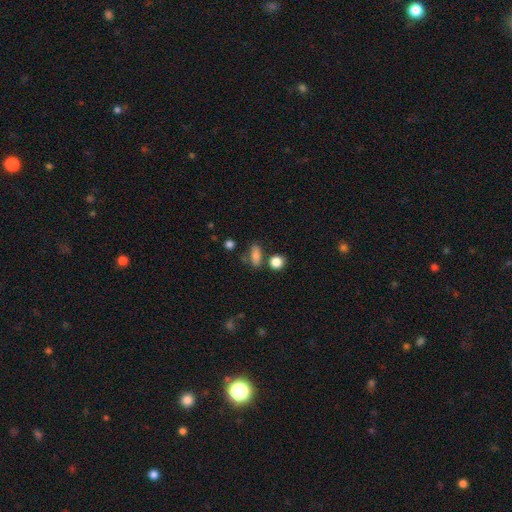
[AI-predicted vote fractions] Smooth or featured: smooth — 76% (featured or disk — 12%)
How rounded: in between — 70% (cigar-shaped — 15%)
Merging: none — 63% (minor disturbance — 19%)